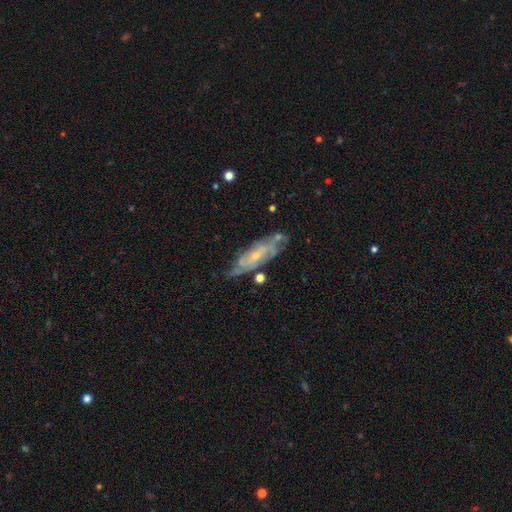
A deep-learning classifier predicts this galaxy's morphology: This appears to be a featured or disk galaxy (74%) with no bar (67%), spiral arms (81%) and a small central bulge (72%). Merging: none (64%).